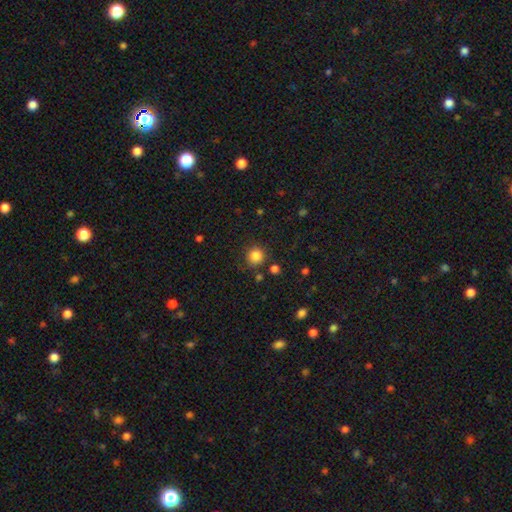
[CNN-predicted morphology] Overall: smooth (84%). How rounded: round (92%). Merging: none (84%).